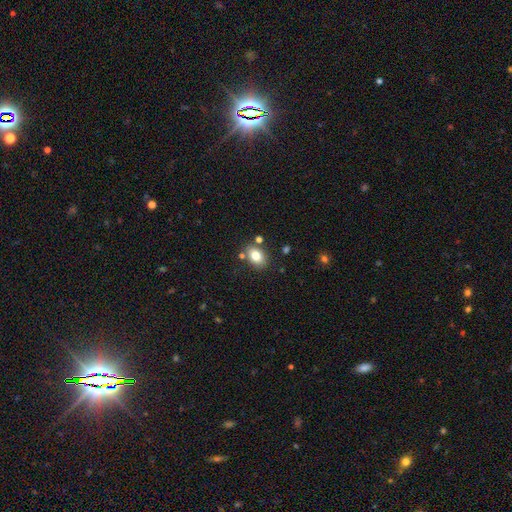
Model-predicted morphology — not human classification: A smooth galaxy with no disk features (80%) that is in between round and cigar-shaped (73%). Merging: none (78%).